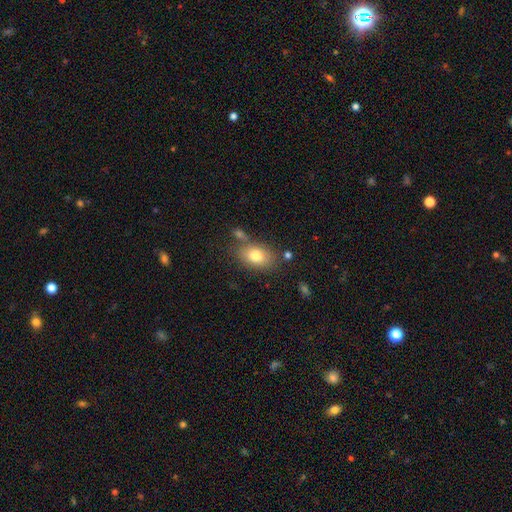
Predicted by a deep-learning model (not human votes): Q: Smooth or featured?
A: smooth (78%); runner-up: featured or disk (14%)
Q: How rounded?
A: in between (82%); runner-up: round (17%)
Q: Merging?
A: none (69%); runner-up: minor disturbance (16%)